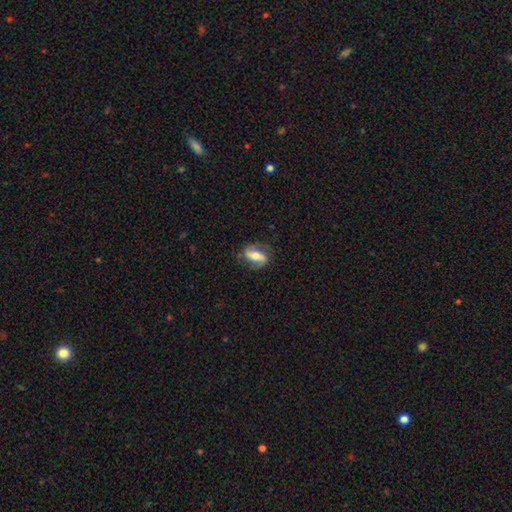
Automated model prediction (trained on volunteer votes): Smooth or featured? Predicted: featured or disk (p=0.65). Edge-on disk? Predicted: no (p=0.91). Bar? Predicted: strong (p=0.47). Spiral arms? Predicted: yes (p=0.85). Spiral winding? Predicted: loose (p=0.42). Spiral arm count? Predicted: 2 (p=0.85). Bulge size? Predicted: moderate (p=0.61). Merging? Predicted: none (p=0.73).